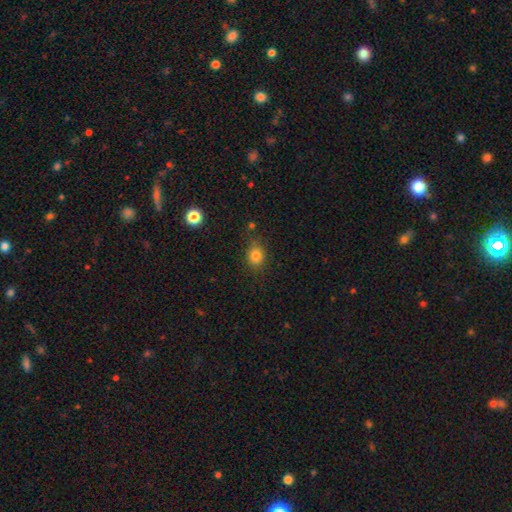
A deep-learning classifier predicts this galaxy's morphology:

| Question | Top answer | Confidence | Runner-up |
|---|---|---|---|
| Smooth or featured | smooth | 81% | star or artifact (12%) |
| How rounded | round | 52% | in between (47%) |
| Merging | none | 79% | minor disturbance (15%) |